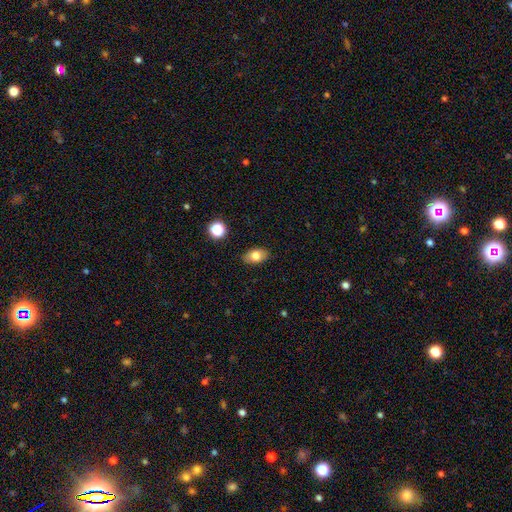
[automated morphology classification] Q: Smooth or featured?
A: smooth (78%); runner-up: featured or disk (13%)
Q: How rounded?
A: in between (87%); runner-up: round (11%)
Q: Merging?
A: none (86%); runner-up: minor disturbance (11%)